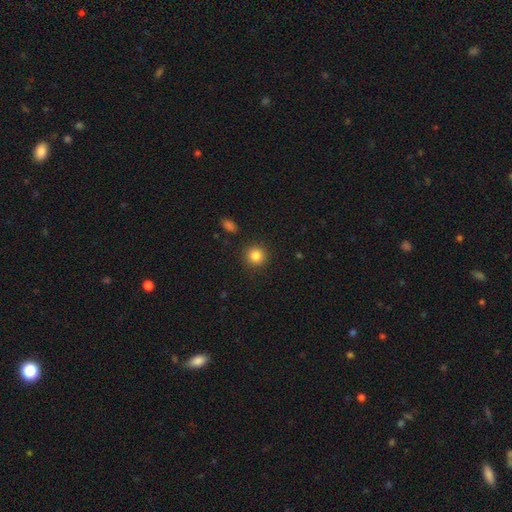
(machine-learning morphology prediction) This is clearly a smooth galaxy (85%). How rounded: clearly round (92%). Merging: clearly none (90%).